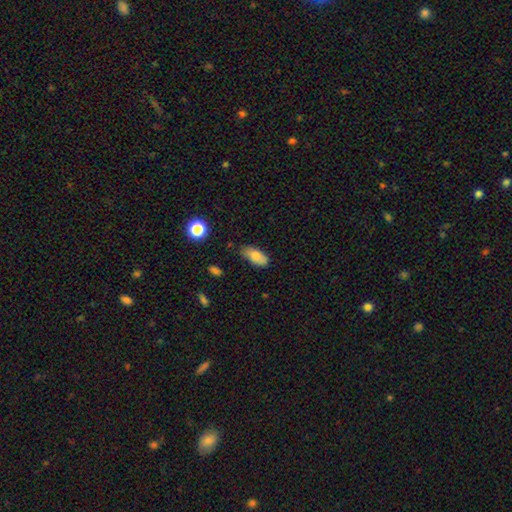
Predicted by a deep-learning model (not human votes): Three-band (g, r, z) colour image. It shows a smooth galaxy with no disk features (77%) that is in between round and cigar-shaped (90%). Merging: none (76%).